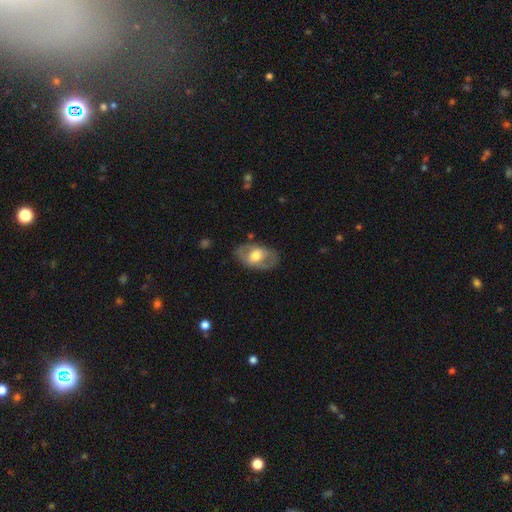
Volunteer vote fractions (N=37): A smooth galaxy with no disk features (51%) that is in between round and cigar-shaped (74%). Merging: none (88%).